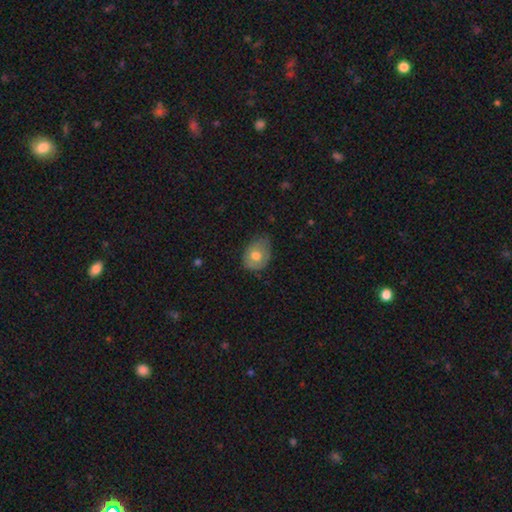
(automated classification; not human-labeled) Smooth or featured?
  - smooth: 67% *
  - featured or disk: 25%
  - star or artifact: 7%
How rounded?
  - in between: 65% *
  - round: 34%
  - cigar-shaped: 1%
Merging?
  - none: 54% *
  - minor disturbance: 36%
  - major disturbance: 9%
  - merger: 1%